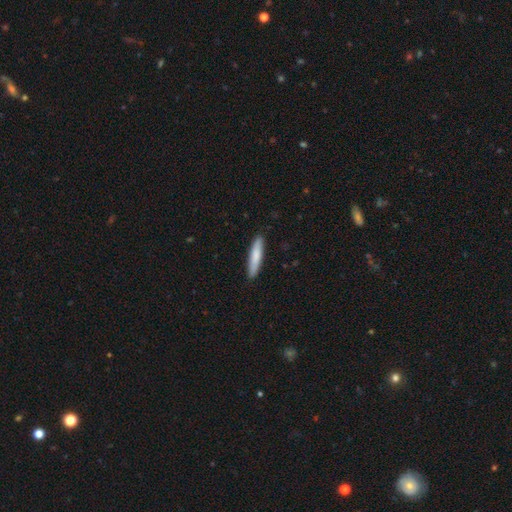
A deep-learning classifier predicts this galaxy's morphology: Smooth or featured? Predicted: smooth (p=0.80). How rounded? Predicted: cigar-shaped (p=0.87). Merging? Predicted: none (p=0.89).